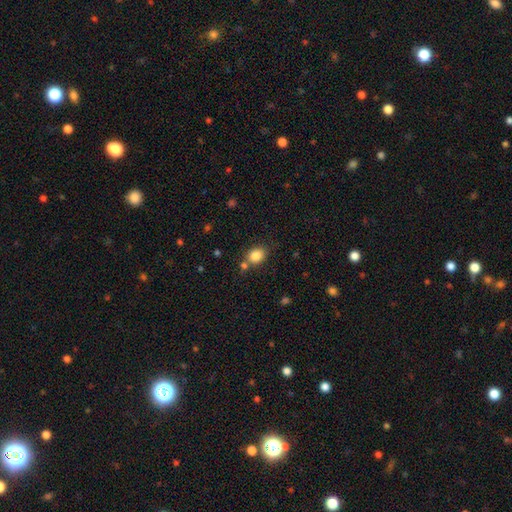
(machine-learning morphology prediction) This appears to be a smooth galaxy with no disk features (84%) that is round (50%). Merging: none (71%).